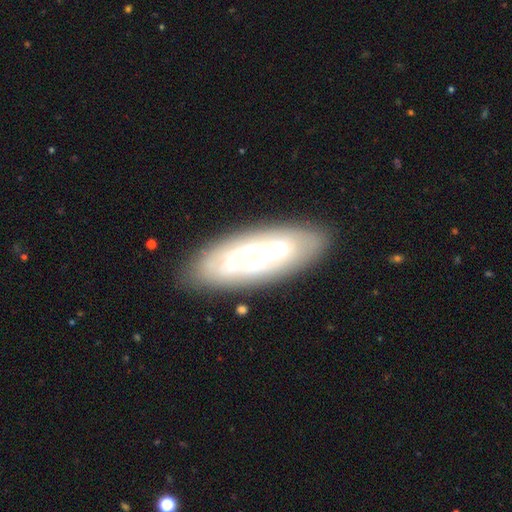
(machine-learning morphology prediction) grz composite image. It shows a featured or disk galaxy (56%). Merging: none (81%).